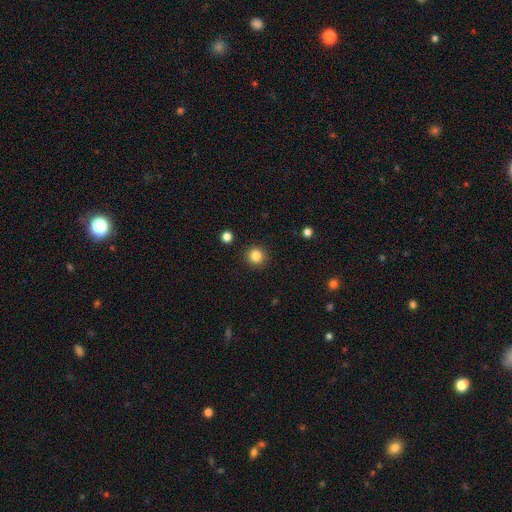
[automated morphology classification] Smooth or featured? Predicted: smooth (p=0.85). How rounded? Predicted: round (p=0.93). Merging? Predicted: none (p=0.91).